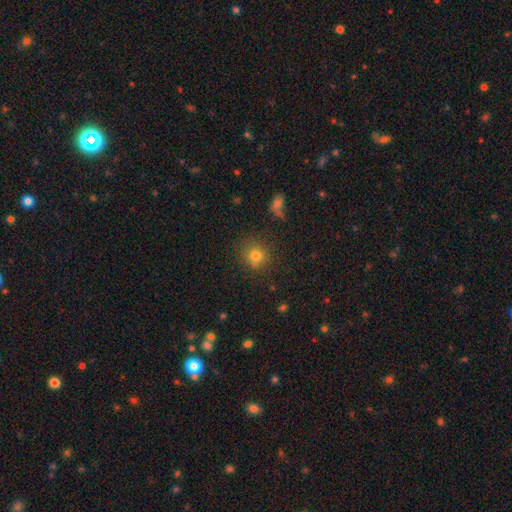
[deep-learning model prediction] A smooth galaxy with no disk features (78%) that is round (88%). Merging: none (83%).